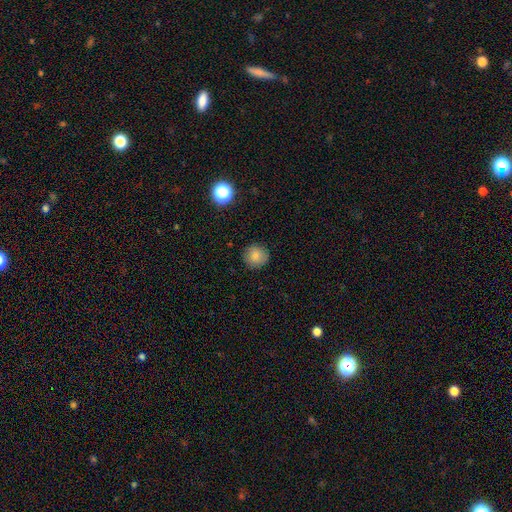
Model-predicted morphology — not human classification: Smooth or featured?
  - smooth: 84% *
  - star or artifact: 11%
  - featured or disk: 6%
How rounded?
  - round: 93% *
  - in between: 6%
  - cigar-shaped: 1%
Merging?
  - none: 89% *
  - minor disturbance: 8%
  - major disturbance: 2%
  - merger: 1%